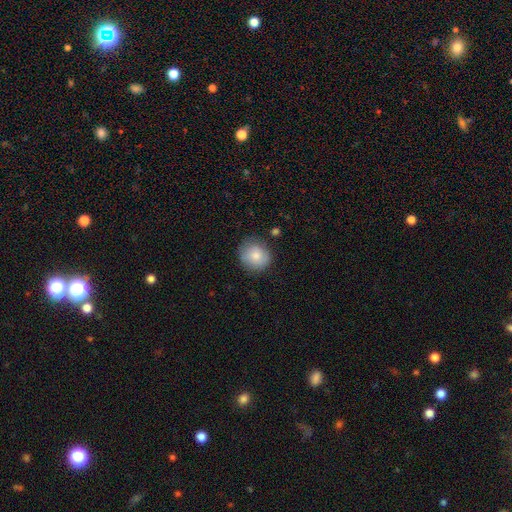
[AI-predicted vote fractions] smooth_or_featured: smooth (p=0.83) [alt: featured or disk p=0.10]
how_rounded: round (p=0.85) [alt: in between p=0.14]
merging: none (p=0.79) [alt: minor disturbance p=0.16]